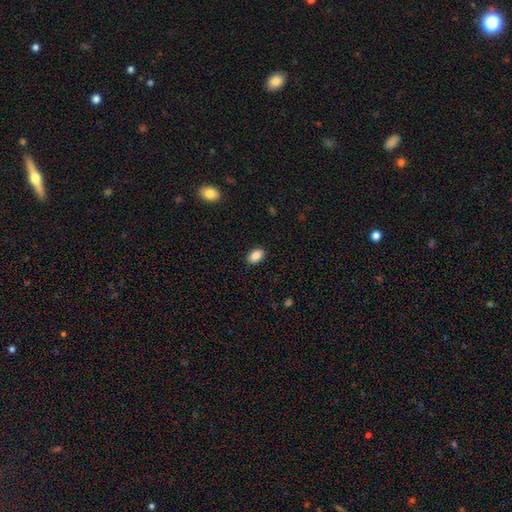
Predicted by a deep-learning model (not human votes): Q: Smooth or featured?
A: smooth (87%); runner-up: star or artifact (8%)
Q: How rounded?
A: in between (90%); runner-up: round (8%)
Q: Merging?
A: none (89%); runner-up: minor disturbance (8%)